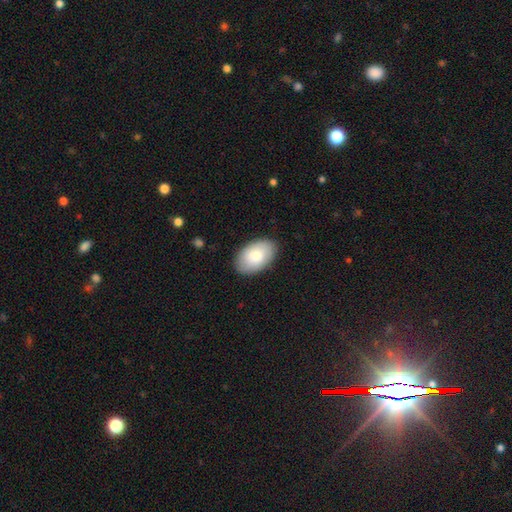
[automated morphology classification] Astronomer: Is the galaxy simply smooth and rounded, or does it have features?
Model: smooth — 83%.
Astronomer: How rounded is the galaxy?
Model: in between — 94%.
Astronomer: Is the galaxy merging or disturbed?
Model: none — 87%.